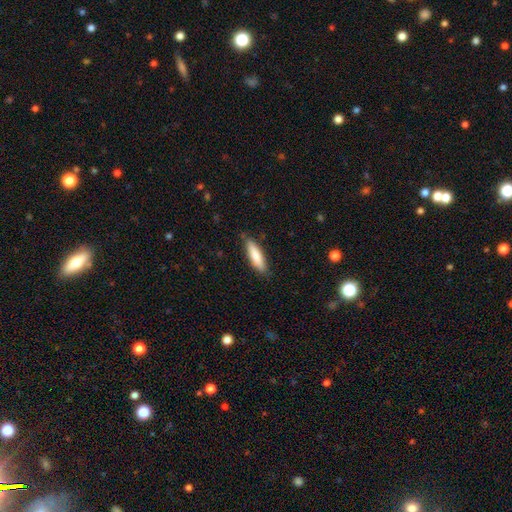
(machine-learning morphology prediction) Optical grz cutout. It shows a smooth galaxy with no disk features (78%) that is cigar-shaped (64%). Merging: none (82%).